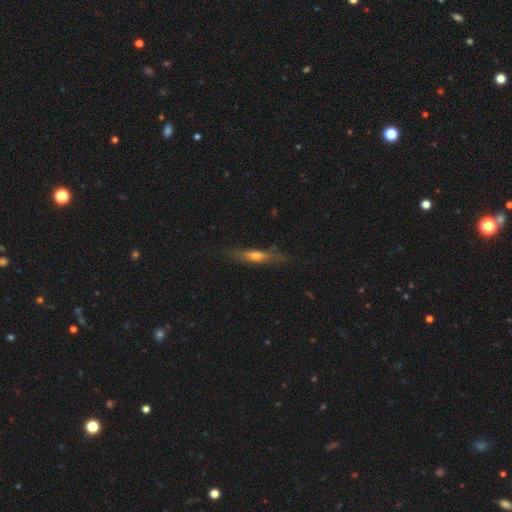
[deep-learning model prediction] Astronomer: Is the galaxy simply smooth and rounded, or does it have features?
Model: featured or disk — 51% (runner-up: smooth, 41%).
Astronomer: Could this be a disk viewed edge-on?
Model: yes — 85%.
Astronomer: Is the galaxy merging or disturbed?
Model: none — 76%.